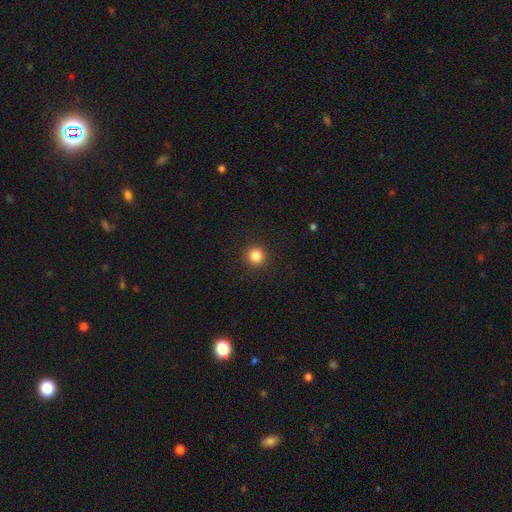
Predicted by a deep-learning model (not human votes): Smooth or featured?
  - smooth: 84% *
  - star or artifact: 12%
  - featured or disk: 4%
How rounded?
  - round: 95% *
  - in between: 4%
  - cigar-shaped: 1%
Merging?
  - none: 92% *
  - minor disturbance: 5%
  - major disturbance: 2%
  - merger: 1%